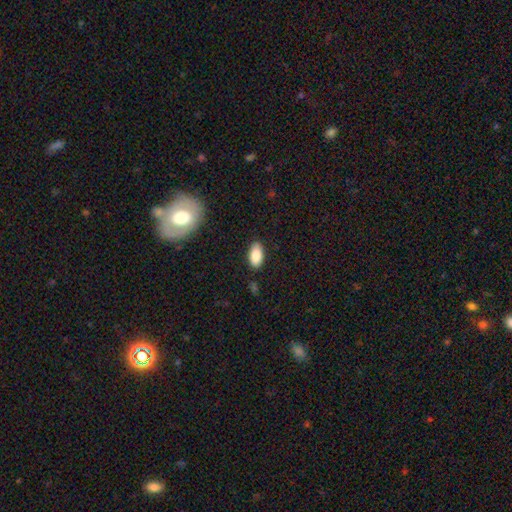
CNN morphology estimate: smooth-or-featured: smooth: 86% | star or artifact: 7% | featured or disk: 7%
  how-rounded: in between: 93% | cigar-shaped: 4% | round: 3%
  merging: none: 86% | minor disturbance: 11% | major disturbance: 2% | merger: 1%